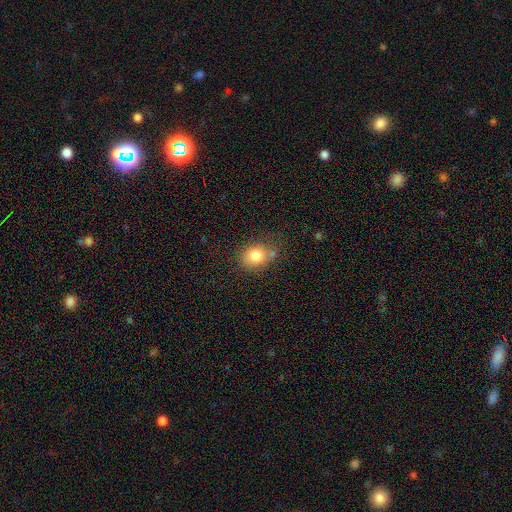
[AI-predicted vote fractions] Morphology: type=smooth (80%); roundness=round (52%); merging=none (67%).